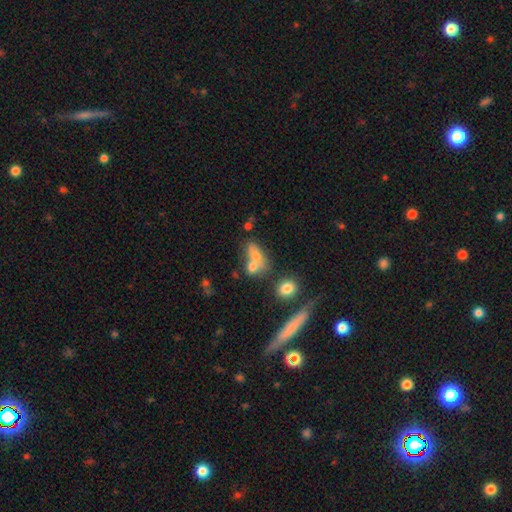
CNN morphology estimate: A smooth galaxy with no disk features (68%) that is in between round and cigar-shaped (70%).

Vote fractions:
- Smooth or featured? smooth: 68% / featured or disk: 19% / star or artifact: 13%
- How rounded? in between: 70% / round: 22% / cigar-shaped: 8%
- Merging? merger: 51% / none: 30% / minor disturbance: 11% / major disturbance: 8%